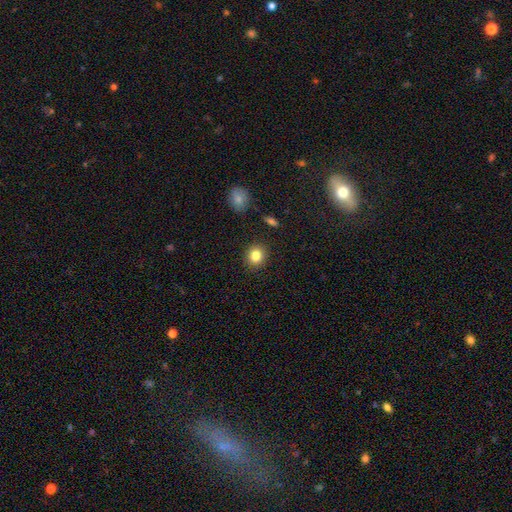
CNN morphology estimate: This is clearly a smooth galaxy (83%). How rounded: likely round (80%). Merging: clearly none (90%).